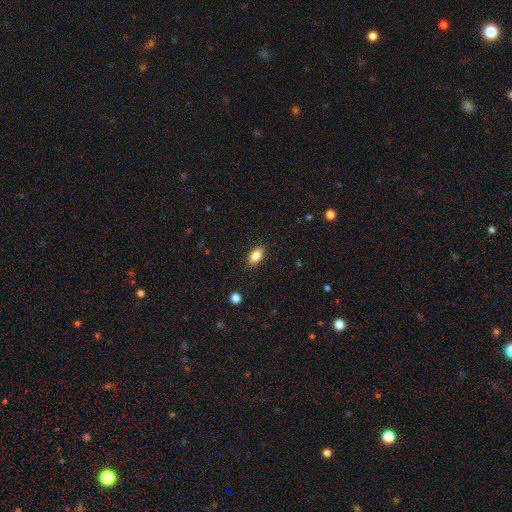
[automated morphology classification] Smooth or featured? smooth (85%)
How rounded? in between (91%)
Merging? none (89%)